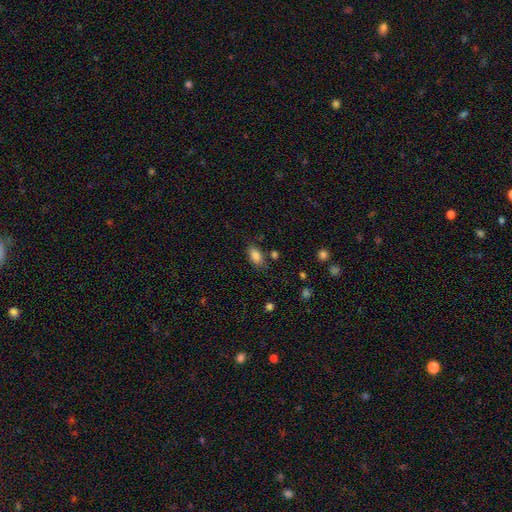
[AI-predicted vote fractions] A smooth galaxy with no disk features (85%) that is in between round and cigar-shaped (90%).

Vote fractions:
- Smooth or featured? smooth: 85% / star or artifact: 9% / featured or disk: 6%
- How rounded? in between: 90% / round: 6% / cigar-shaped: 4%
- Merging? none: 76% / minor disturbance: 15% / merger: 4% / major disturbance: 4%